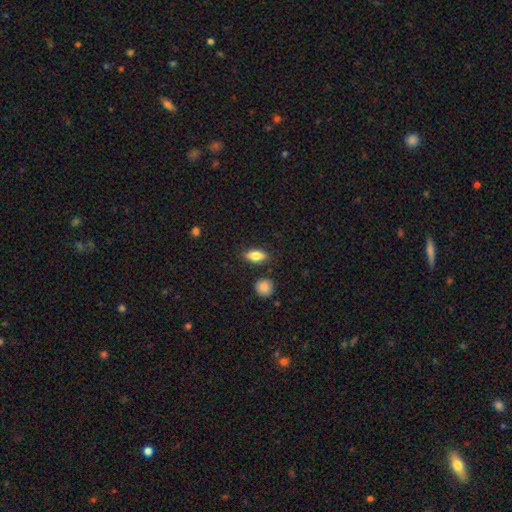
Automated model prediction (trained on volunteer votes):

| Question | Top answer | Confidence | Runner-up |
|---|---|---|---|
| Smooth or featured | smooth | 77% | featured or disk (16%) |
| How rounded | in between | 79% | cigar-shaped (16%) |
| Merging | none | 84% | minor disturbance (11%) |